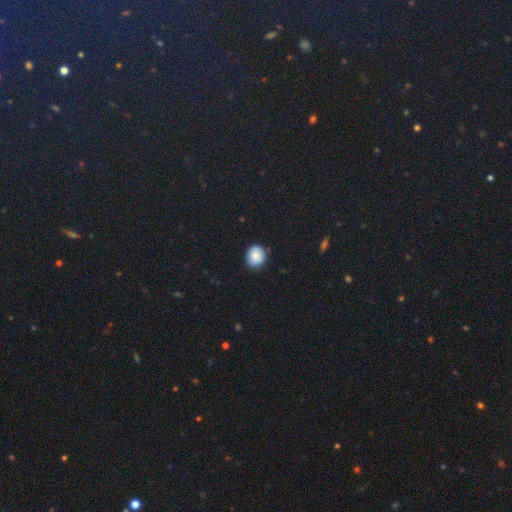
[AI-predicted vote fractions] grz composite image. It shows a smooth galaxy with no disk features (81%) that is round (74%). Merging: none (81%).